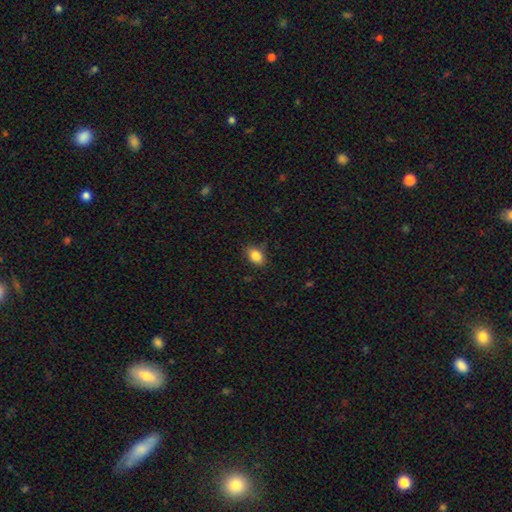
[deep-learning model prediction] smooth 86%, star or artifact 9%, featured or disk 5%. Down the decision tree: how rounded — in between (84%); merging — none (83%).